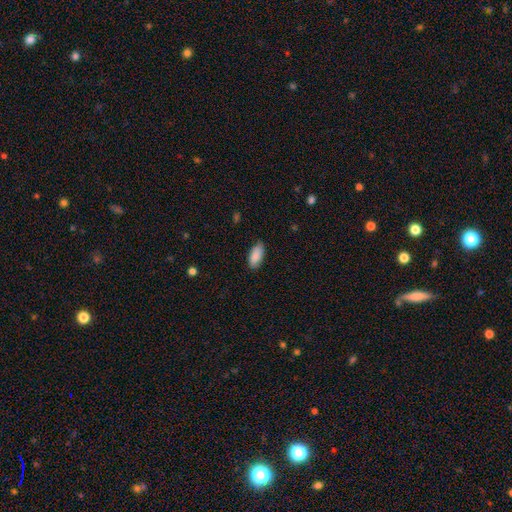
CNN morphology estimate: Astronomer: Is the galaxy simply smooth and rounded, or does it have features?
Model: smooth — 89%.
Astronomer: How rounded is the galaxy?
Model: in between — 89%.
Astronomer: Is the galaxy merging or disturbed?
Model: none — 84%.